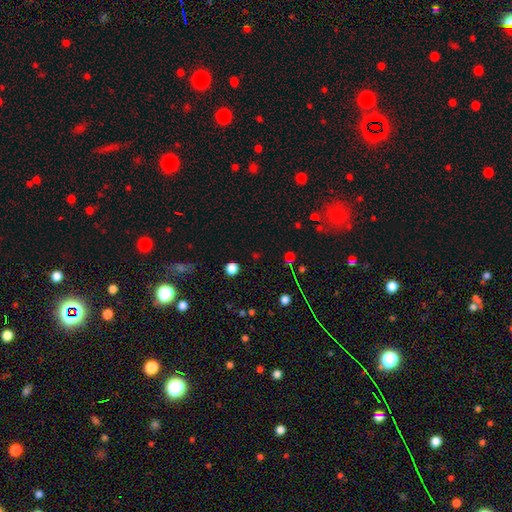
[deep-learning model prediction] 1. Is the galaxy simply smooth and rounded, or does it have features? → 56% smooth, 38% star or artifact, 6% featured or disk.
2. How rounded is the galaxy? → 85% round, 13% in between, 2% cigar-shaped.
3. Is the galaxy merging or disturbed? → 86% none, 7% minor disturbance, 4% major disturbance, 3% merger.